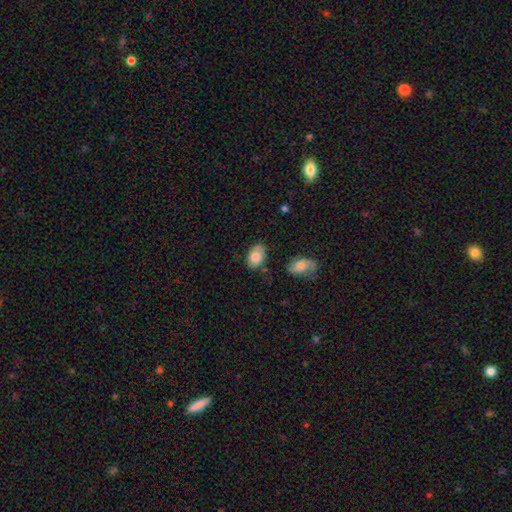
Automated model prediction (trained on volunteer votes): Smooth or featured: smooth — 77% (featured or disk — 16%)
How rounded: in between — 88% (round — 11%)
Merging: none — 67% (minor disturbance — 22%)